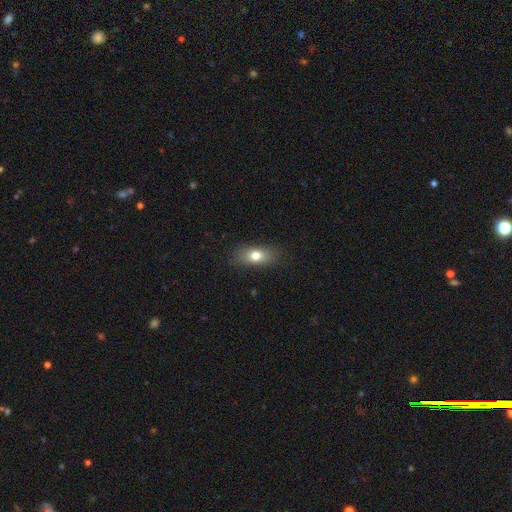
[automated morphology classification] smooth_or_featured: smooth (p=0.75) [alt: featured or disk p=0.16]
how_rounded: in between (p=0.80) [alt: round p=0.10]
merging: none (p=0.85) [alt: minor disturbance p=0.11]